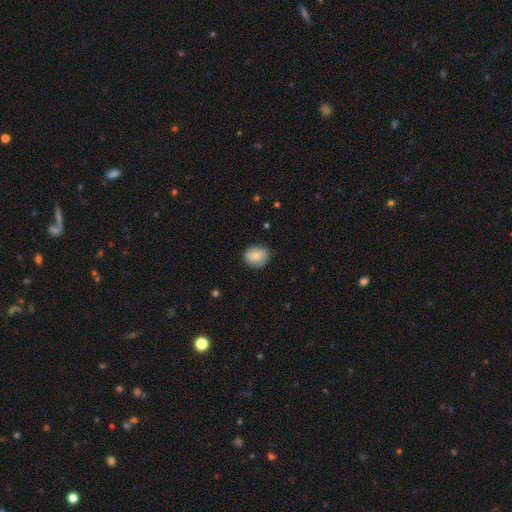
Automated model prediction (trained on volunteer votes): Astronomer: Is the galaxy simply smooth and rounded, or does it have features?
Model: smooth — 85%.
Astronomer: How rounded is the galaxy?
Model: round — 52% (runner-up: in between, 47%).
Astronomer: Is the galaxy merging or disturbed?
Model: none — 79%.